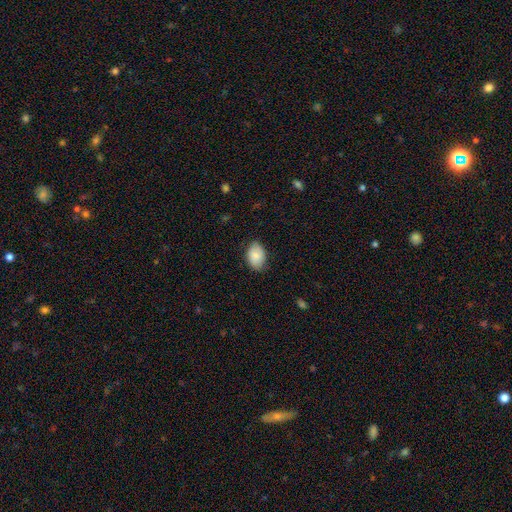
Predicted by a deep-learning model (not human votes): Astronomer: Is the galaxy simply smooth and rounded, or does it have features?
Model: smooth — 81%.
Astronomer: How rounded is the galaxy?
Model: in between — 82%.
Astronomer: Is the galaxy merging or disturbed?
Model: none — 76%.